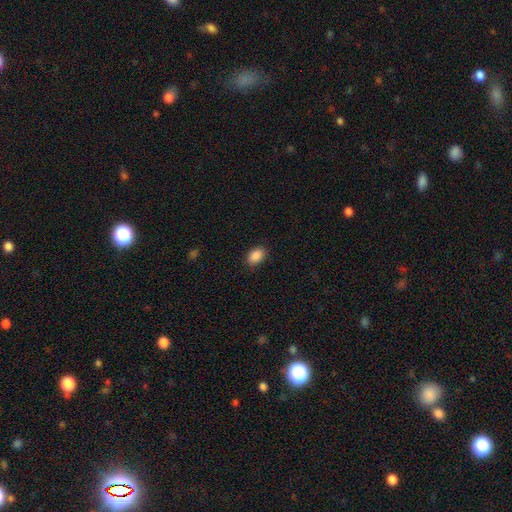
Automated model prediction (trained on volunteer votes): Smooth or featured? smooth (89%)
How rounded? in between (86%)
Merging? none (88%)